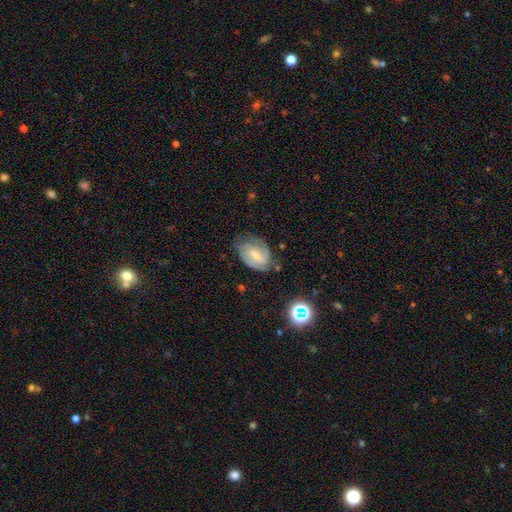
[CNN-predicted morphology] smooth_or_featured: featured or disk (p=0.70) [alt: smooth p=0.22]
disk_edge_on: no (p=0.97) [alt: yes p=0.03]
bar: weak (p=0.54) [alt: no p=0.28]
has_spiral_arms: yes (p=0.92) [alt: no p=0.08]
spiral_winding: medium (p=0.44) [alt: tight p=0.41]
spiral_arm_count: 2 (p=0.53) [alt: can't tell p=0.20]
bulge_size: small (p=0.45) [alt: moderate p=0.30]
merging: none (p=0.56) [alt: minor disturbance p=0.28]